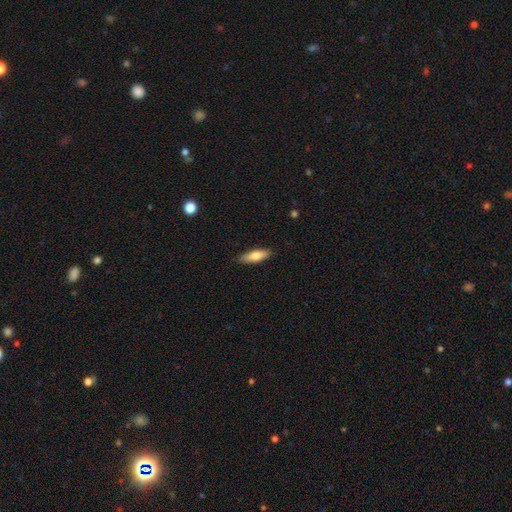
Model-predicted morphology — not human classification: smooth_or_featured: smooth (p=0.74) [alt: featured or disk p=0.20]
how_rounded: cigar-shaped (p=0.51) [alt: in between p=0.47]
merging: none (p=0.88) [alt: minor disturbance p=0.09]